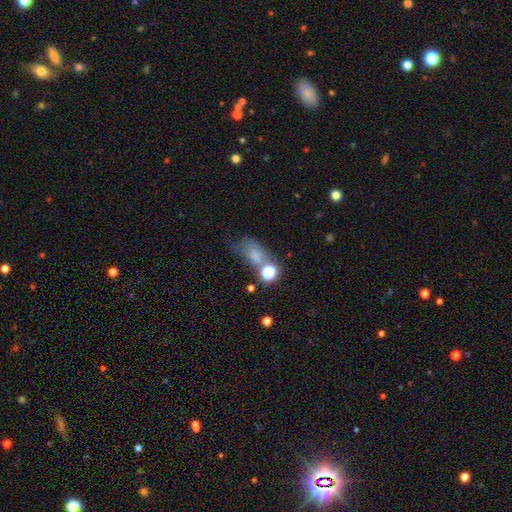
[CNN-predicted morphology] The model was most divided on "merging": none: 37%, merger: 22%, minor disturbance: 22%, major disturbance: 19%. More confident: how rounded — in between (72%); smooth or featured — smooth (62%).